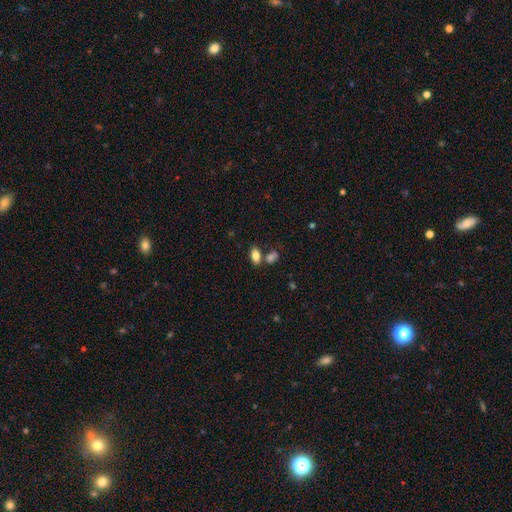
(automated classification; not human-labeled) Overall: smooth (82%). How rounded: in between (91%). Merging: none (63%).